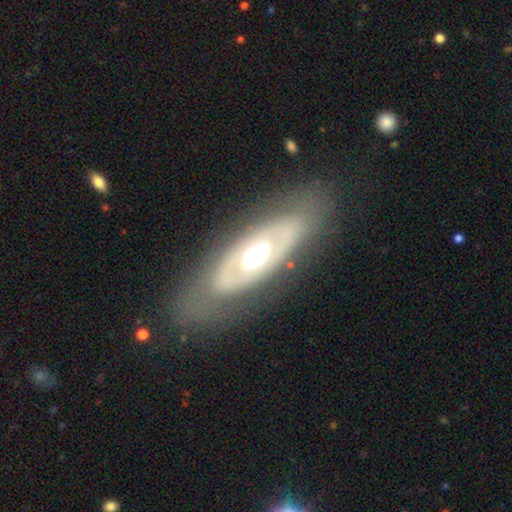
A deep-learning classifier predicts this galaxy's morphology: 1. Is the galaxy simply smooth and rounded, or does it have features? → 63% featured or disk, 30% smooth, 7% star or artifact.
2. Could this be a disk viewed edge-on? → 75% no, 25% yes.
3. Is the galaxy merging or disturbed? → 76% none, 14% minor disturbance, 9% major disturbance, 1% merger.